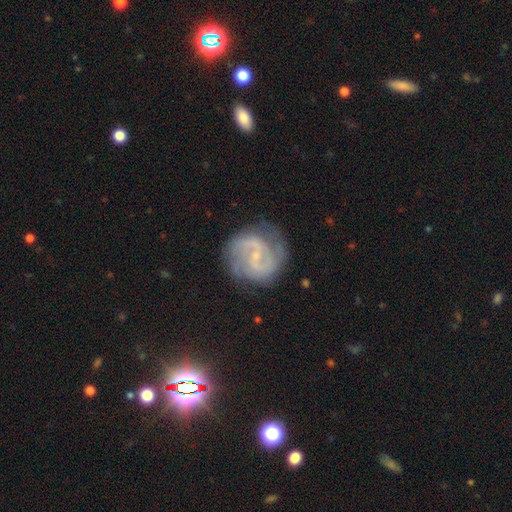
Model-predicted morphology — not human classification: Smooth or featured: featured or disk — 84% (smooth — 10%)
Edge-on disk: no — 98% (yes — 2%)
Bar: weak — 52% (no — 31%)
Spiral arms: yes — 95% (no — 5%)
Spiral winding: medium — 53% (tight — 28%)
Spiral arm count: 2 — 82% (can't tell — 8%)
Bulge size: small — 74% (none — 12%)
Merging: none — 75% (minor disturbance — 16%)